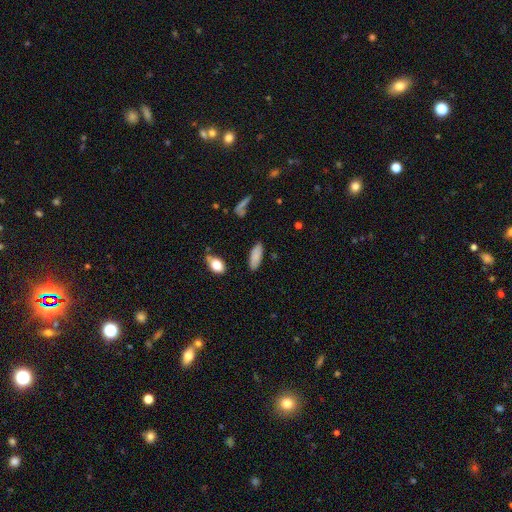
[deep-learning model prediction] A smooth galaxy with no disk features (83%) that is in between round and cigar-shaped (74%).

Vote fractions:
- Smooth or featured? smooth: 83% / featured or disk: 9% / star or artifact: 8%
- How rounded? in between: 74% / cigar-shaped: 24% / round: 2%
- Merging? none: 83% / minor disturbance: 12% / major disturbance: 3% / merger: 2%